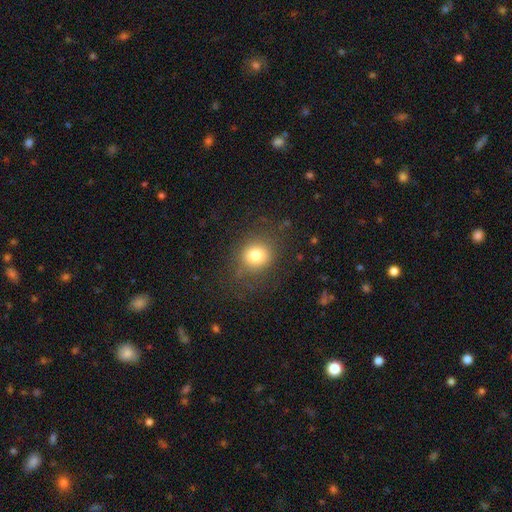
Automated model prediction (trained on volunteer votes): This appears to be a smooth galaxy with no disk features (78%) that is round (77%). Merging: none (79%).